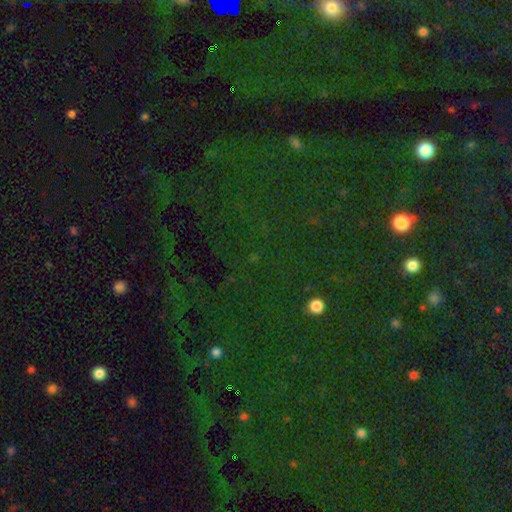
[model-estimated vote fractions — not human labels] smooth-or-featured: star or artifact: 77% | smooth: 14% | featured or disk: 9%